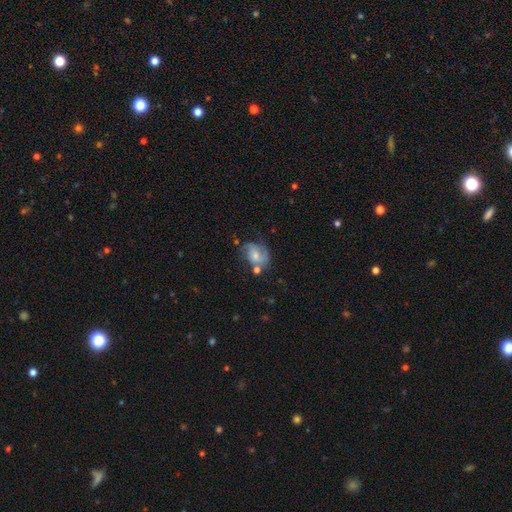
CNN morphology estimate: featured or disk 58%, smooth 33%, star or artifact 8%. Down the decision tree: edge-on disk — no (97%); bar — no (67%); spiral arms — yes (84%); bulge size — small (44%, tied with moderate); merging — none (46%).